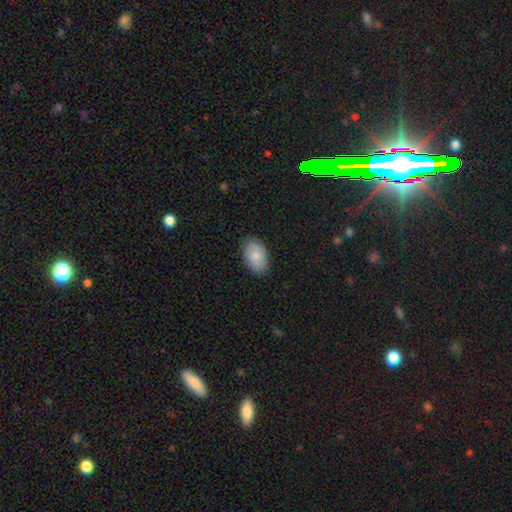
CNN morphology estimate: smooth-or-featured: smooth: 82% | featured or disk: 12% | star or artifact: 6%
  how-rounded: in between: 91% | round: 8% | cigar-shaped: 1%
  merging: none: 85% | minor disturbance: 12% | major disturbance: 2% | merger: 1%